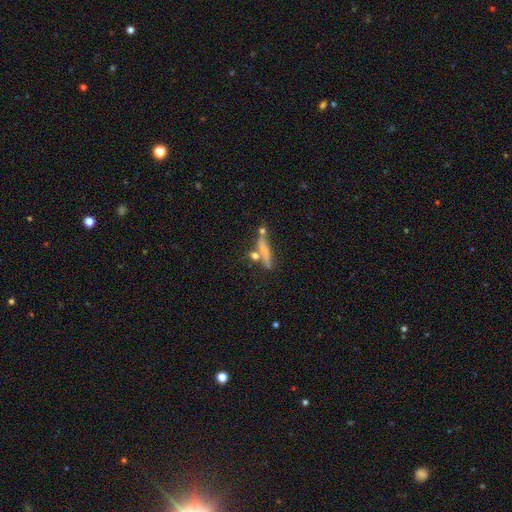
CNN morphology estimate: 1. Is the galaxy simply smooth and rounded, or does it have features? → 58% smooth, 31% featured or disk, 11% star or artifact.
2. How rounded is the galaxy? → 78% cigar-shaped, 15% in between, 7% round.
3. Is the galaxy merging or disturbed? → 52% none, 22% merger, 16% minor disturbance, 10% major disturbance.